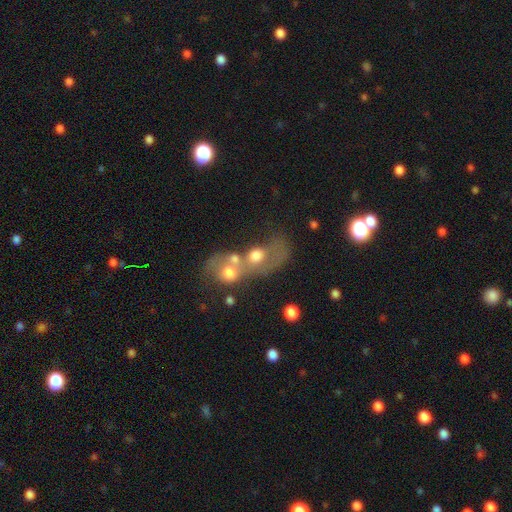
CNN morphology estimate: This appears to be a smooth galaxy with no disk features (55%) that is in between round and cigar-shaped (53%). Merging: merger (67%).